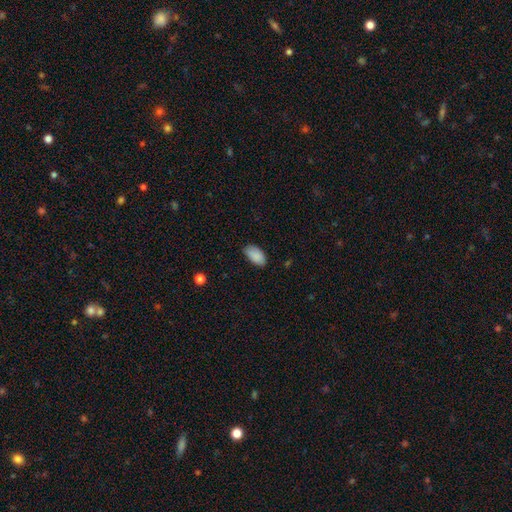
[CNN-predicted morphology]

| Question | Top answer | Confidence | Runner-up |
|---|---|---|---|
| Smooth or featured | smooth | 88% | star or artifact (7%) |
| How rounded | in between | 95% | round (3%) |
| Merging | none | 76% | minor disturbance (20%) |